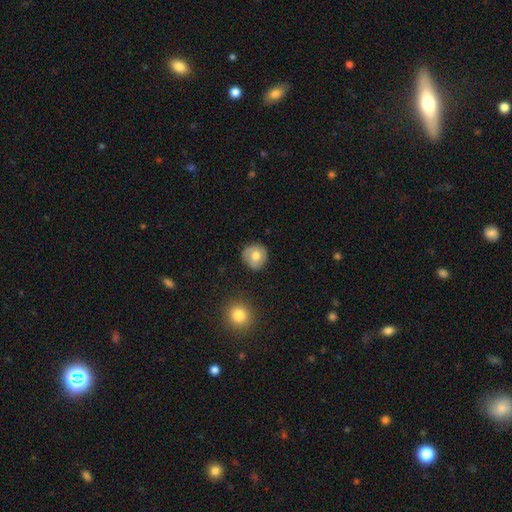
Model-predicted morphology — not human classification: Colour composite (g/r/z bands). It shows a smooth galaxy with no disk features (67%) that is round (91%). Merging: none (82%).